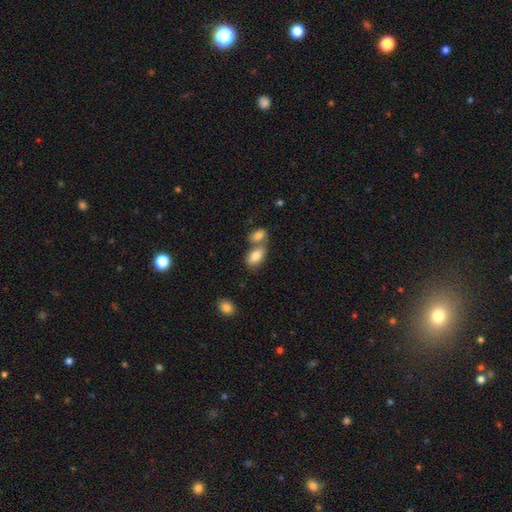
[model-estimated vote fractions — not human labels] Smooth or featured? smooth (83%)
How rounded? in between (91%)
Merging? merger (48%)